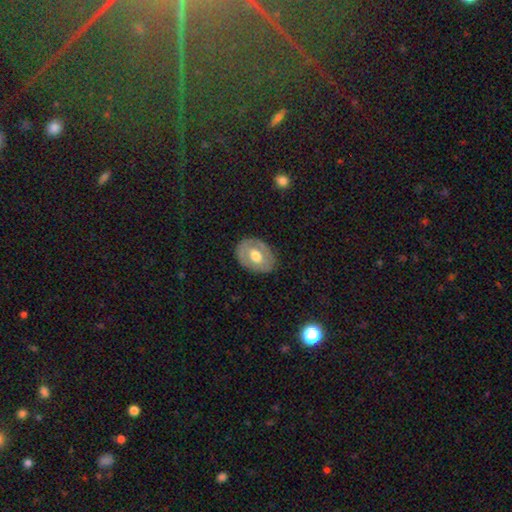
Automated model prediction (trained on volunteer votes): smooth-or-featured: featured or disk: 50% | smooth: 44% | star or artifact: 6%
  disk-edge-on: no: 93% | yes: 7%
  merging: none: 81% | minor disturbance: 14% | major disturbance: 4% | merger: 1%